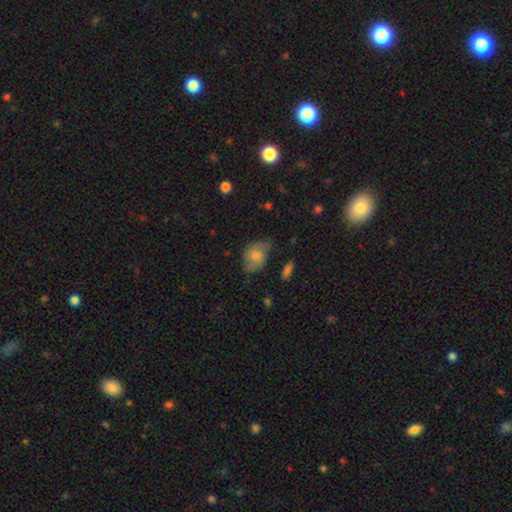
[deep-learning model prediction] This is likely a smooth galaxy (65%). How rounded: likely in between (69%). Merging: possibly none (46%).